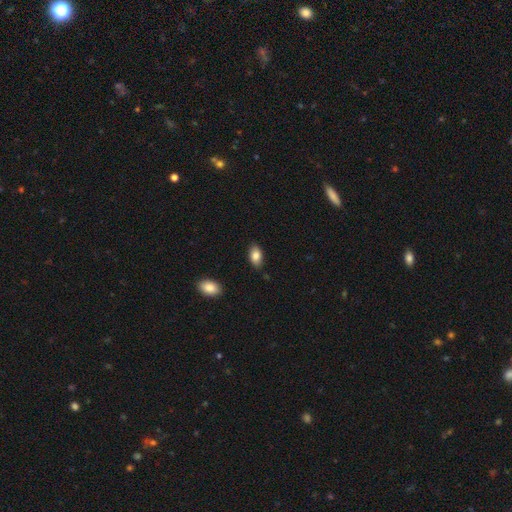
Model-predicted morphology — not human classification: A smooth galaxy with no disk features (85%) that is in between round and cigar-shaped (92%). Merging: none (85%).